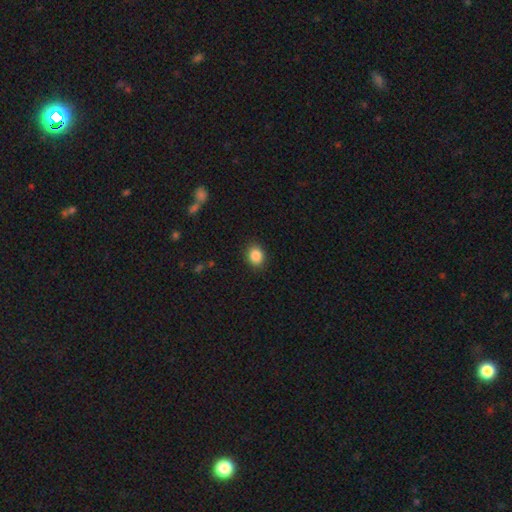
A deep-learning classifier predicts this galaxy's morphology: Q: Smooth or featured?
A: smooth (87%); runner-up: star or artifact (9%)
Q: How rounded?
A: round (57%); runner-up: in between (42%)
Q: Merging?
A: none (88%); runner-up: minor disturbance (8%)